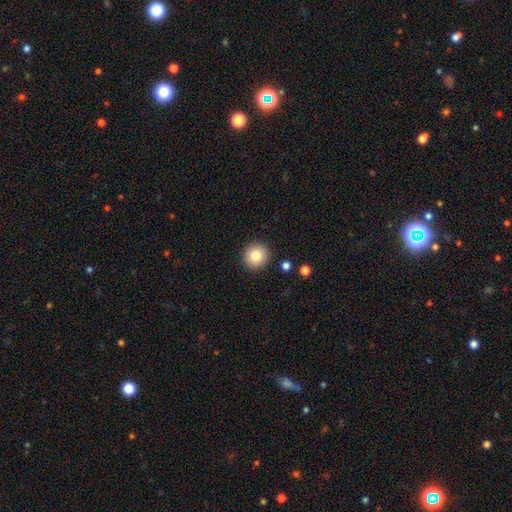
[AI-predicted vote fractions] smooth-or-featured: smooth: 83% | star or artifact: 10% | featured or disk: 8%
  how-rounded: round: 94% | in between: 5% | cigar-shaped: 1%
  merging: none: 91% | minor disturbance: 6% | major disturbance: 2% | merger: 2%